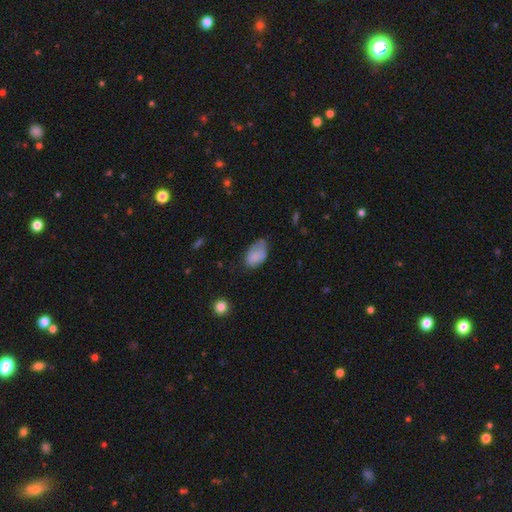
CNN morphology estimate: The model was most divided on "merging": minor disturbance: 41%, none: 39%, major disturbance: 16%, merger: 3%. More confident: how rounded — in between (91%); smooth or featured — smooth (76%).